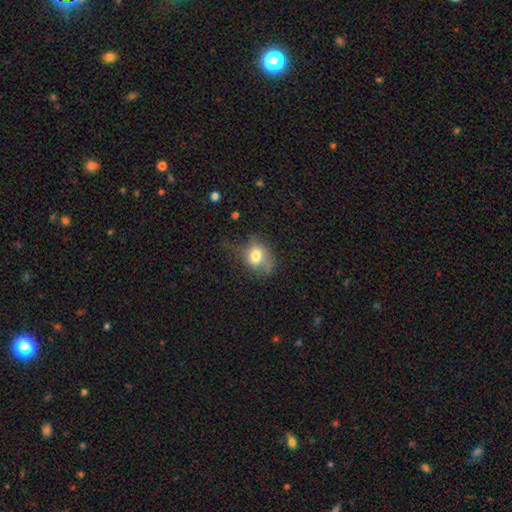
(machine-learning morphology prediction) Smooth or featured?
  - smooth: 71% *
  - featured or disk: 18%
  - star or artifact: 10%
How rounded?
  - in between: 52% *
  - round: 46%
  - cigar-shaped: 1%
Merging?
  - none: 46% *
  - minor disturbance: 31%
  - major disturbance: 20%
  - merger: 3%